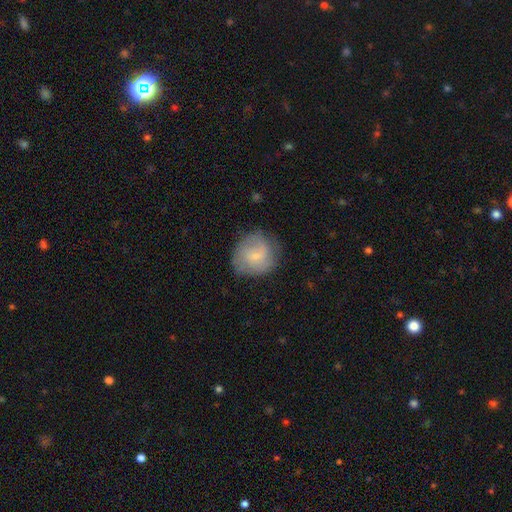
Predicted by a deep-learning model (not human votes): Overall: smooth (56%; featured or disk 37%). How rounded: round (84%). Merging: none (69%).